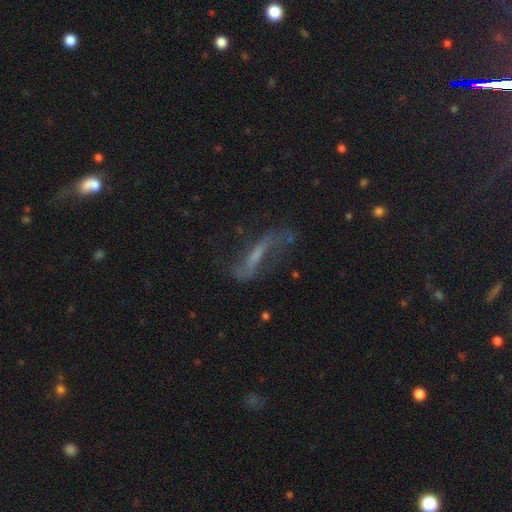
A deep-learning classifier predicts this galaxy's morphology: Smooth or featured? featured or disk (70%)
Edge-on disk? no (76%)
Bar? strong (46%)
Spiral arms? yes (83%)
Bulge size? none (44%)
Merging? none (54%)